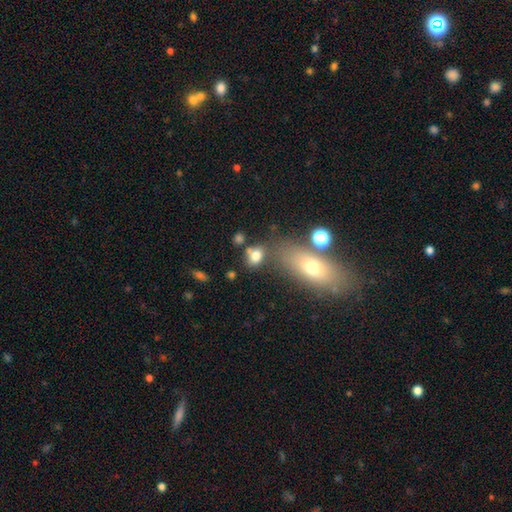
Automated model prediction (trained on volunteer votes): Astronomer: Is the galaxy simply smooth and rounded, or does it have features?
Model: smooth — 75%.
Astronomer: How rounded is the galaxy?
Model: in between — 62%.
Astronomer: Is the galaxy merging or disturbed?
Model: none — 49% (runner-up: merger, 27%).